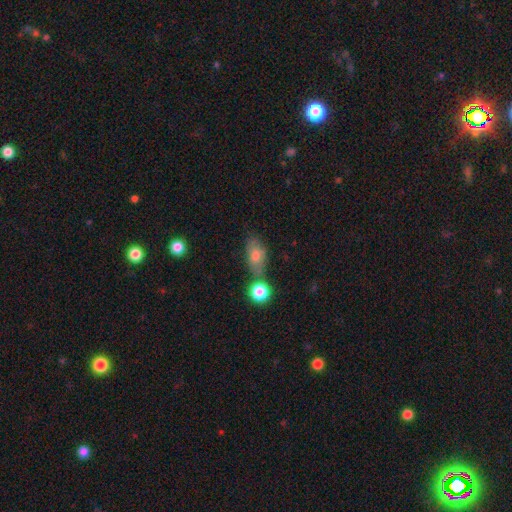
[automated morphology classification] smooth_or_featured: smooth (p=0.67) [alt: featured or disk p=0.21]
how_rounded: in between (p=0.81) [alt: round p=0.13]
merging: none (p=0.55) [alt: minor disturbance p=0.20]